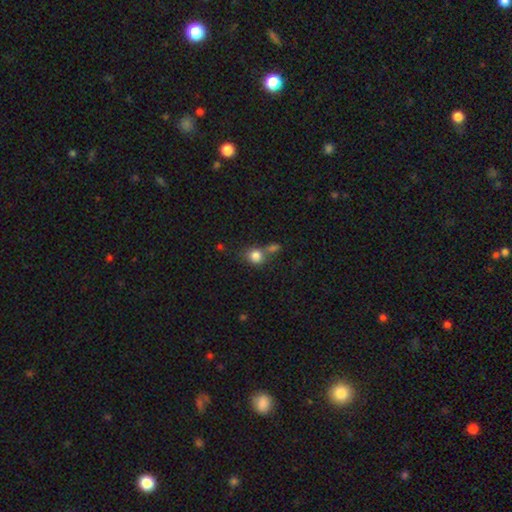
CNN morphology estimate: A smooth galaxy with no disk features (82%) that is round (81%).

Vote fractions:
- Smooth or featured? smooth: 82% / star or artifact: 11% / featured or disk: 7%
- How rounded? round: 81% / in between: 17% / cigar-shaped: 1%
- Merging? none: 51% / merger: 32% / minor disturbance: 12% / major disturbance: 5%